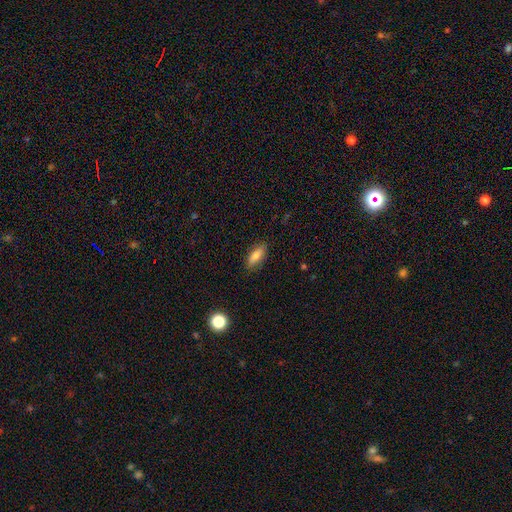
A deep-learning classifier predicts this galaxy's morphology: Smooth or featured: smooth — 80% (featured or disk — 13%)
How rounded: in between — 74% (cigar-shaped — 23%)
Merging: none — 86% (minor disturbance — 11%)